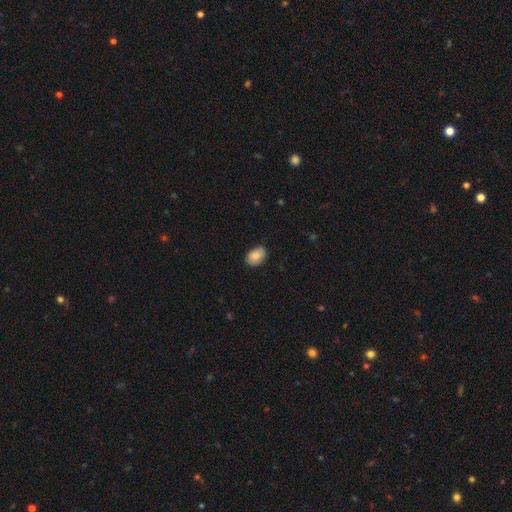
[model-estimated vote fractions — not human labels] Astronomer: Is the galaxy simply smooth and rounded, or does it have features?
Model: smooth — 84%.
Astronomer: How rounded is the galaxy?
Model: in between — 80%.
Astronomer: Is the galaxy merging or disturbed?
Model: none — 80%.